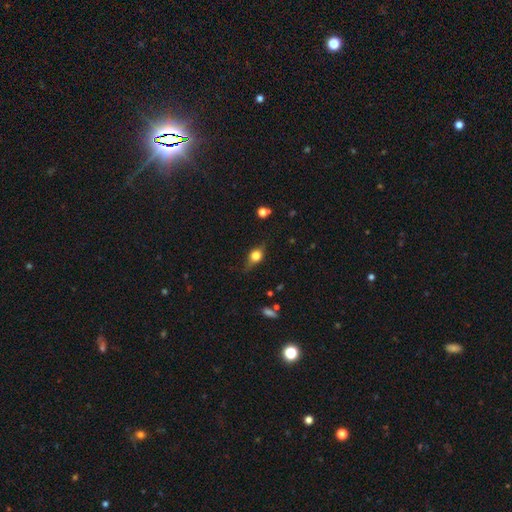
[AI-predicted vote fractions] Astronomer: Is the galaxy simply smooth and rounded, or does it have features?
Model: smooth — 51% (runner-up: featured or disk, 38%).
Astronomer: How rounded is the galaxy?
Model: in between — 51% (runner-up: round, 39%).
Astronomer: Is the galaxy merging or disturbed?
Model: none — 70%.